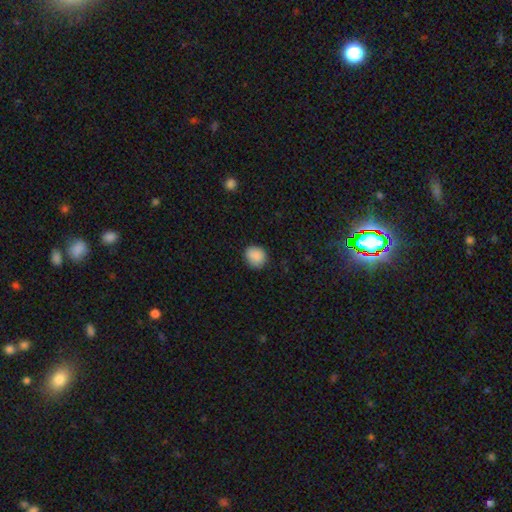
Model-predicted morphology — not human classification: smooth_or_featured: smooth (p=0.88) [alt: star or artifact p=0.09]
how_rounded: round (p=0.78) [alt: in between p=0.21]
merging: none (p=0.84) [alt: minor disturbance p=0.12]